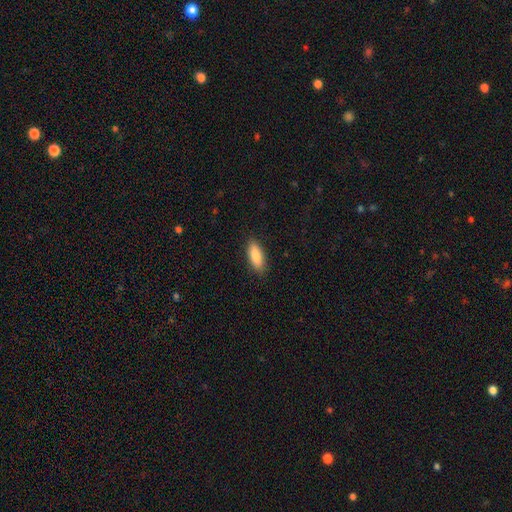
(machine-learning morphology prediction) smooth 85%, featured or disk 9%, star or artifact 6%. Down the decision tree: how rounded — in between (73%); merging — none (89%).